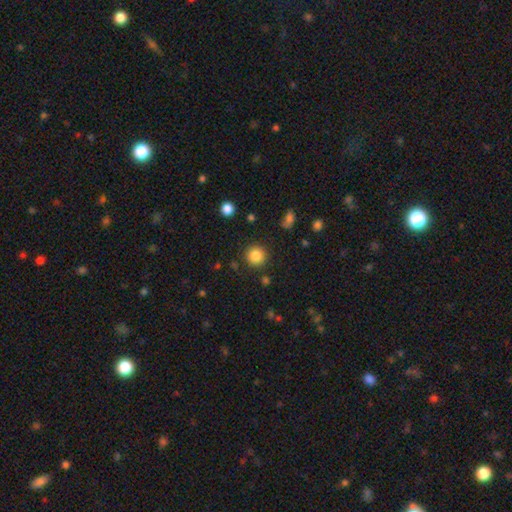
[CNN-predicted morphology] Overall: smooth (85%). How rounded: round (94%). Merging: none (89%).